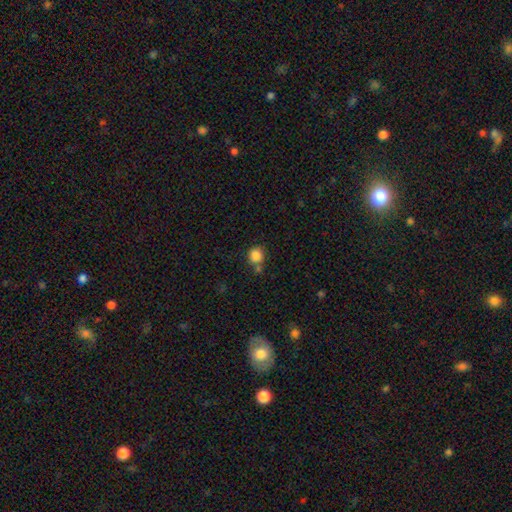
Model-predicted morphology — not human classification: This appears to be a smooth galaxy with no disk features (85%) that is round (86%). Merging: none (64%).